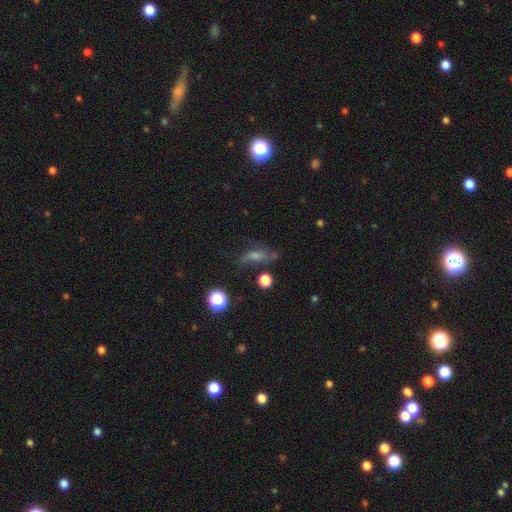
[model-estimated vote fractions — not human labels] Smooth or featured? smooth (37%)
Merging? none (54%)